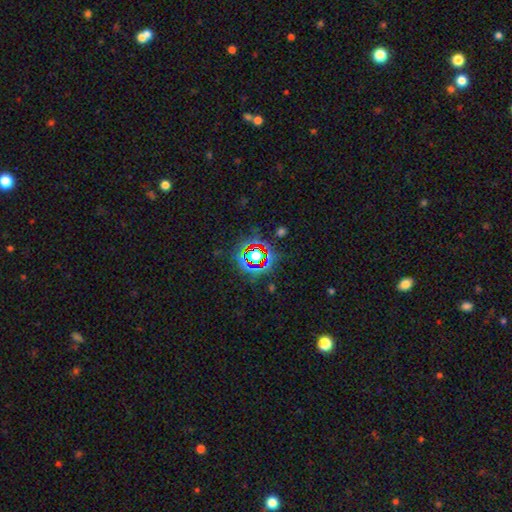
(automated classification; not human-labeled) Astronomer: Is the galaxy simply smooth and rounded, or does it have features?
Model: star or artifact — 70%.